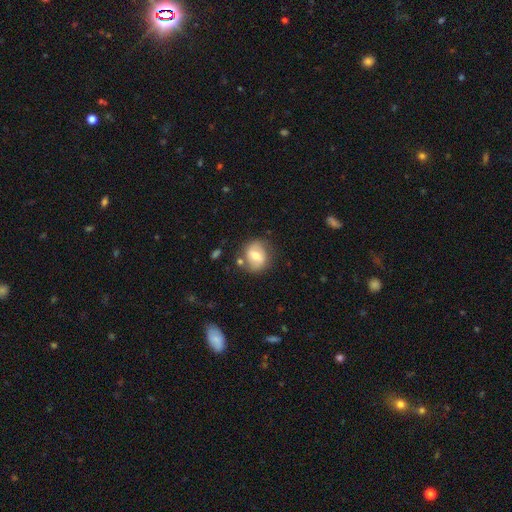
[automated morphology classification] type=smooth (58%); roundness=round (56%); merging=none (71%).